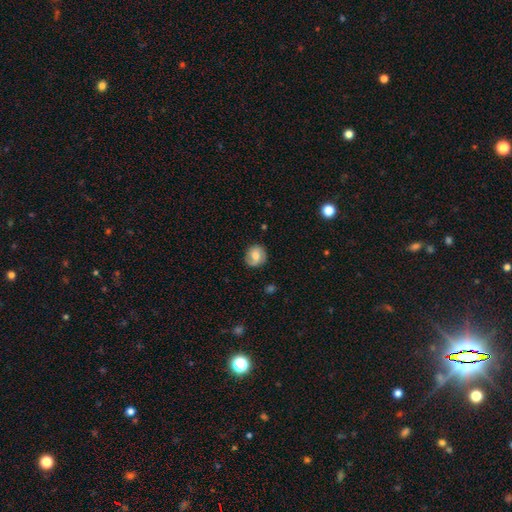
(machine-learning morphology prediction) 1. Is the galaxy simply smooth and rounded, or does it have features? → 56% smooth, 36% featured or disk, 8% star or artifact.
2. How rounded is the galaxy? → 81% round, 18% in between, 1% cigar-shaped.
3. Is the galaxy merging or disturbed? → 81% none, 14% minor disturbance, 4% major disturbance, 1% merger.